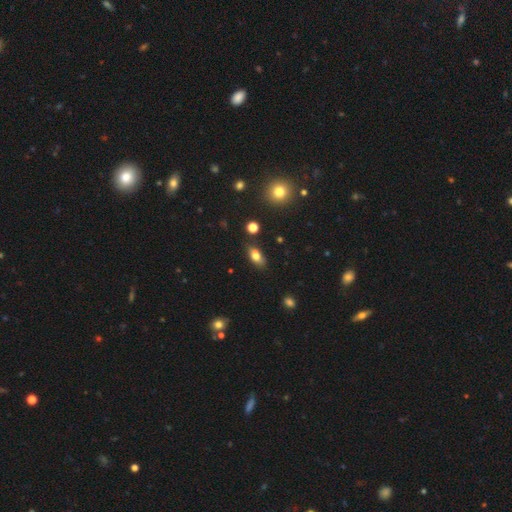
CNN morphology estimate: A smooth galaxy with no disk features (78%) that is in between round and cigar-shaped (86%).

Vote fractions:
- Smooth or featured? smooth: 78% / featured or disk: 13% / star or artifact: 9%
- How rounded? in between: 86% / cigar-shaped: 9% / round: 6%
- Merging? none: 80% / minor disturbance: 14% / merger: 3% / major disturbance: 3%